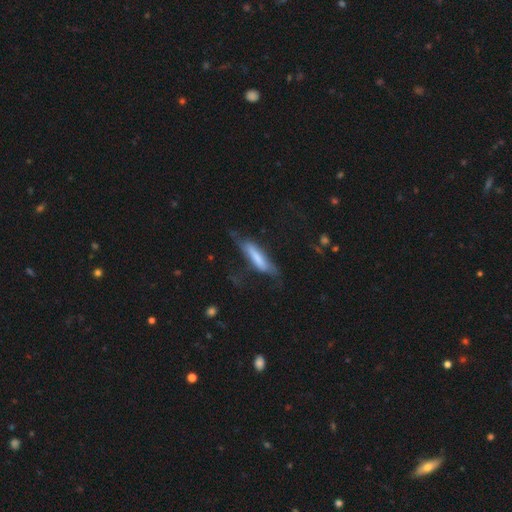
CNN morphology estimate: Overall: smooth (53%; featured or disk 39%). How rounded: cigar-shaped (78%). Merging: none (44%; minor disturbance 28%).